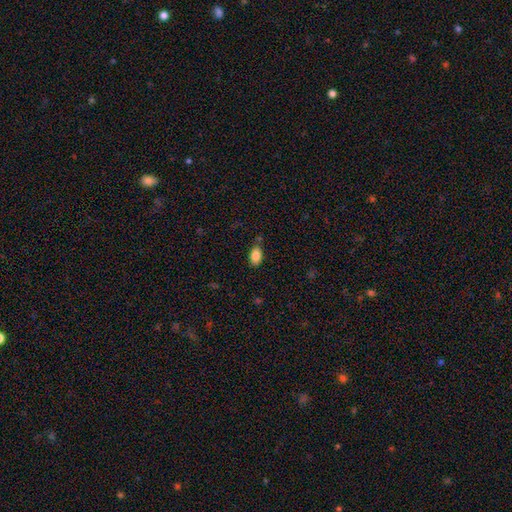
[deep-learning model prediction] Smooth or featured? Predicted: smooth (p=0.86). How rounded? Predicted: in between (p=0.92). Merging? Predicted: none (p=0.78).